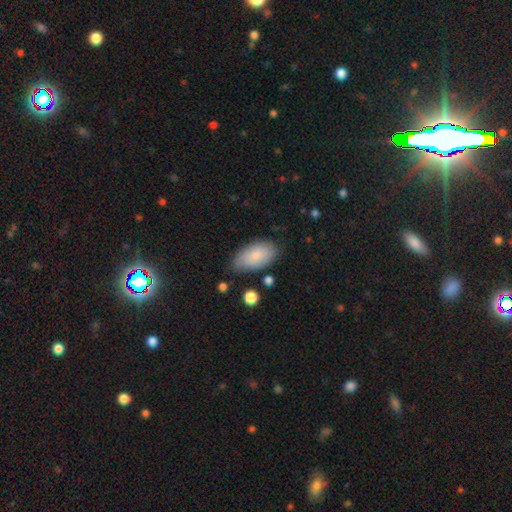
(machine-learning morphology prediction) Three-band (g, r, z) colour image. It shows a smooth galaxy with no disk features (83%) that is in between round and cigar-shaped (94%). Merging: none (74%).